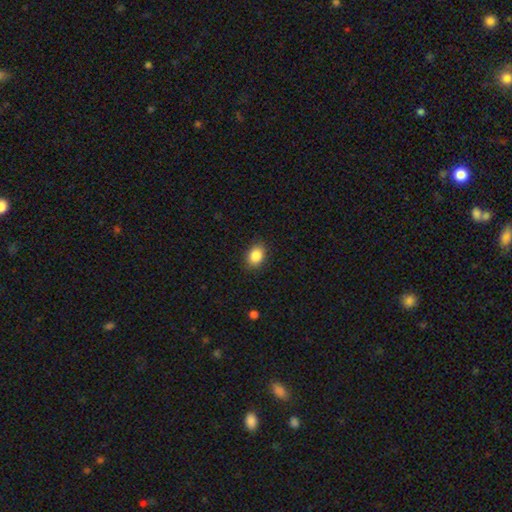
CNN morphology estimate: A smooth galaxy with no disk features (86%) that is in between round and cigar-shaped (70%). Merging: none (87%).